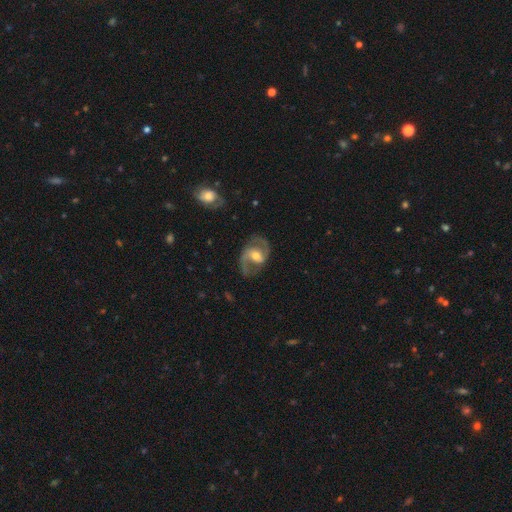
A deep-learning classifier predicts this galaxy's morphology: Smooth or featured? Predicted: featured or disk (p=0.88). Edge-on disk? Predicted: no (p=0.97). Bar? Predicted: weak (p=0.49). Spiral arms? Predicted: yes (p=0.96). Spiral winding? Predicted: medium (p=0.57). Spiral arm count? Predicted: 2 (p=0.92). Bulge size? Predicted: moderate (p=0.66). Merging? Predicted: none (p=0.78).